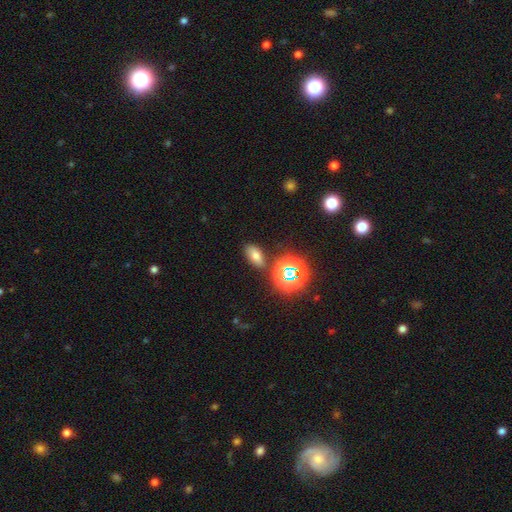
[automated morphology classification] Q: Smooth or featured?
A: smooth (63%); runner-up: star or artifact (26%)
Q: How rounded?
A: in between (85%); runner-up: round (10%)
Q: Merging?
A: none (82%); runner-up: minor disturbance (10%)